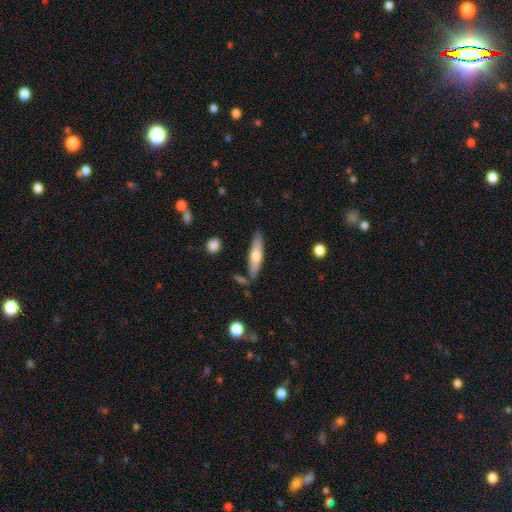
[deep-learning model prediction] A smooth galaxy with no disk features (57%) that is cigar-shaped (76%). Merging: none (79%).